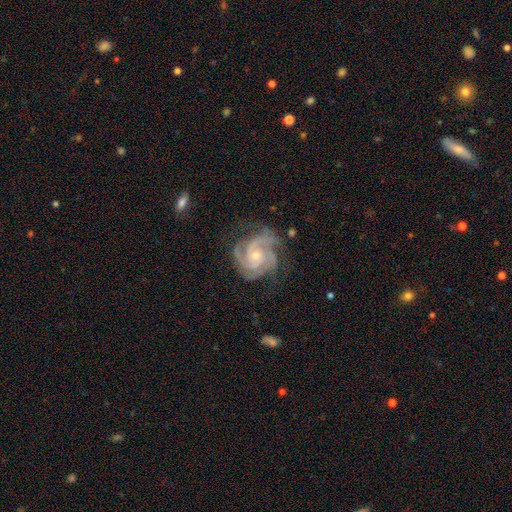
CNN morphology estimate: Smooth or featured? Predicted: featured or disk (p=0.92). Edge-on disk? Predicted: no (p=0.98). Bar? Predicted: no (p=0.69). Spiral arms? Predicted: yes (p=0.99). Spiral winding? Predicted: tight (p=0.64). Spiral arm count? Predicted: 3 (p=0.53). Bulge size? Predicted: small (p=0.65). Merging? Predicted: none (p=0.71).